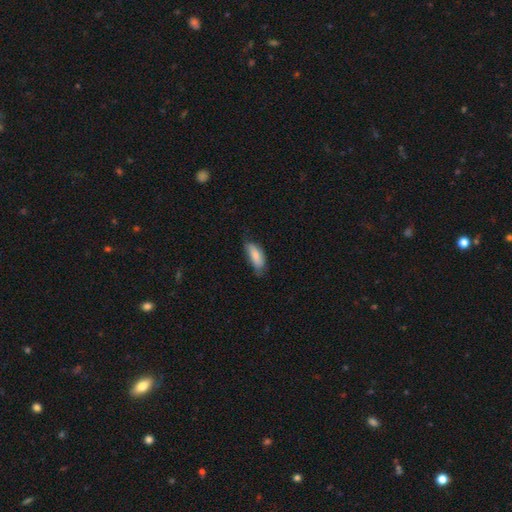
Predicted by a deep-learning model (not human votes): Overall: smooth (78%). How rounded: in between (77%). Merging: none (52%; minor disturbance 37%).